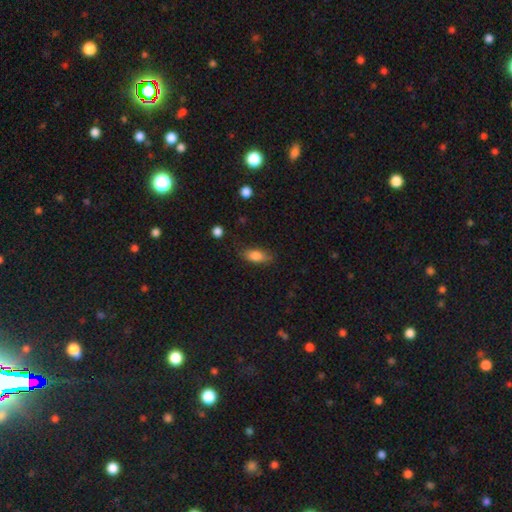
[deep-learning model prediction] The model was most divided on "merging": none: 76%, minor disturbance: 18%, major disturbance: 4%, merger: 2%. More confident: smooth or featured — smooth (78%); how rounded — in between (78%).